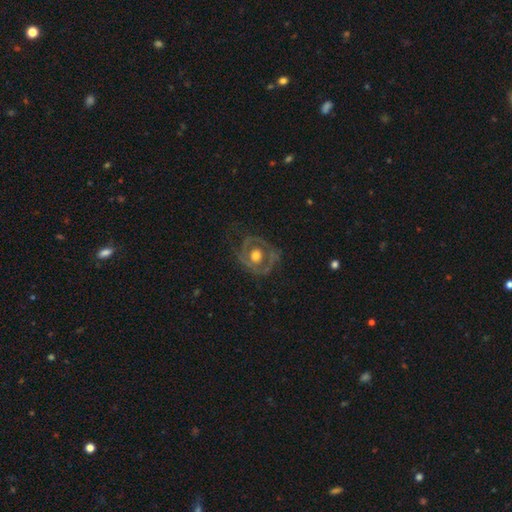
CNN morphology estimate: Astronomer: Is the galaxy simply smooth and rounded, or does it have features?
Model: featured or disk — 68%.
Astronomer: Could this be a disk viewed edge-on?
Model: no — 96%.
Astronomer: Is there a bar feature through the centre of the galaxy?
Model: no — 82%.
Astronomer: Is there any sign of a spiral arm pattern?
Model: no — 53% (runner-up: yes, 47%).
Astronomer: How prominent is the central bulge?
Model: moderate — 66%.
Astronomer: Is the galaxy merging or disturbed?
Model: none — 65%.